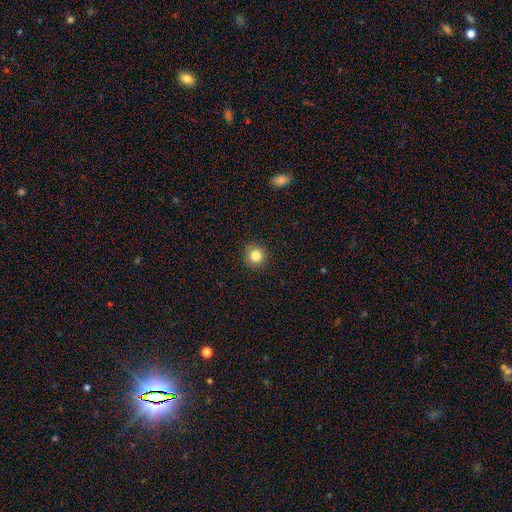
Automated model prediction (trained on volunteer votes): Smooth or featured? smooth (83%)
How rounded? round (93%)
Merging? none (91%)